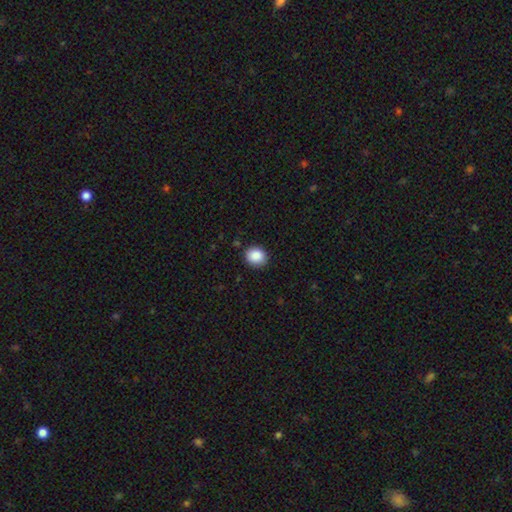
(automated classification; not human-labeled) smooth_or_featured: smooth (p=0.88) [alt: star or artifact p=0.08]
how_rounded: round (p=0.72) [alt: in between p=0.27]
merging: none (p=0.87) [alt: minor disturbance p=0.09]